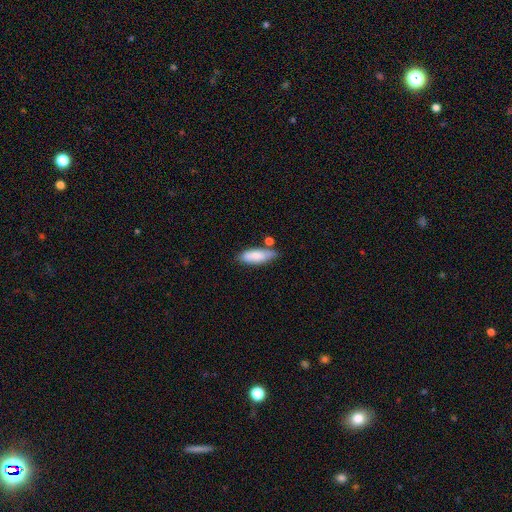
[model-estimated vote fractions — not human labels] Smooth or featured? Predicted: smooth (p=0.78). How rounded? Predicted: in between (p=0.66). Merging? Predicted: none (p=0.65).